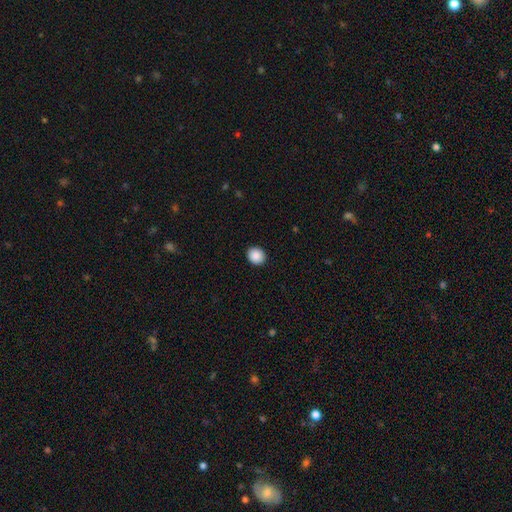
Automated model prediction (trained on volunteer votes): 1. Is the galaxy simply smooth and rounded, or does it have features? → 89% smooth, 8% star or artifact, 3% featured or disk.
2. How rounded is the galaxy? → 72% round, 27% in between, 1% cigar-shaped.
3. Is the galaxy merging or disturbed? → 92% none, 6% minor disturbance, 2% major disturbance, 1% merger.